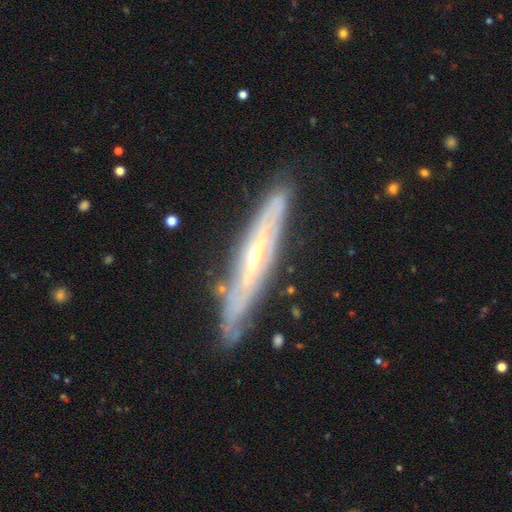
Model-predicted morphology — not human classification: This is clearly a featured or disk galaxy (81%). It is likely viewed edge-on (65%). Edge-on bulge: likely rounded (66%). Merging: likely none (78%).